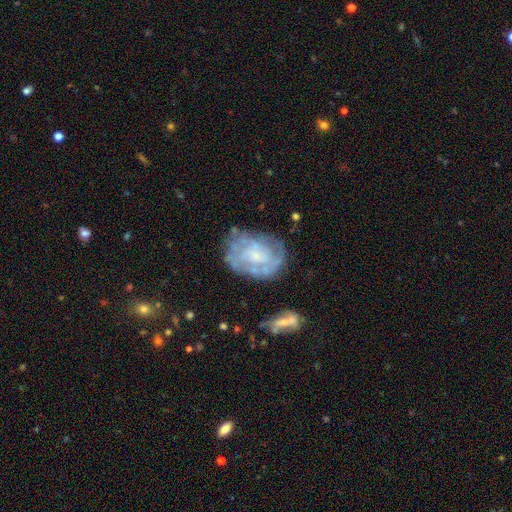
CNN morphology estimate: Smooth or featured?
  - featured or disk: 73% *
  - smooth: 19%
  - star or artifact: 7%
Edge-on disk?
  - no: 97% *
  - yes: 3%
Bar?
  - no: 71% *
  - weak: 25%
  - strong: 4%
Spiral arms?
  - yes: 79% *
  - no: 21%
Spiral winding?
  - tight: 61% *
  - medium: 29%
  - loose: 10%
Spiral arm count?
  - can't tell: 52% *
  - 2: 17%
  - 3: 13%
  - 4: 8%
  - 1: 5%
  - more than 4: 5%
Bulge size?
  - small: 55% *
  - moderate: 23%
  - none: 17%
  - large: 3%
  - dominant: 1%
Merging?
  - none: 66% *
  - minor disturbance: 21%
  - major disturbance: 9%
  - merger: 4%